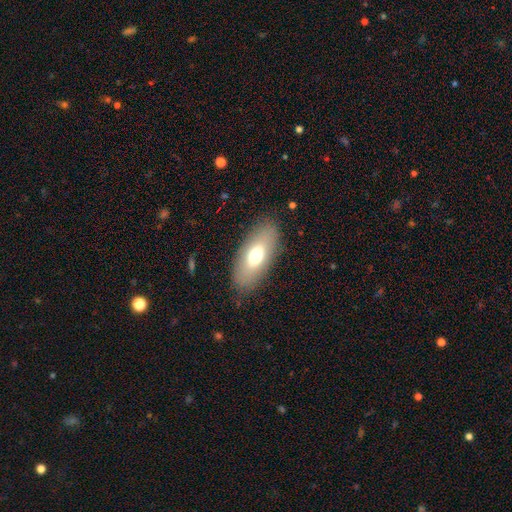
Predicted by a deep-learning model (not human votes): This appears to be a smooth galaxy with no disk features (67%) that is in between round and cigar-shaped (84%). Merging: none (85%).